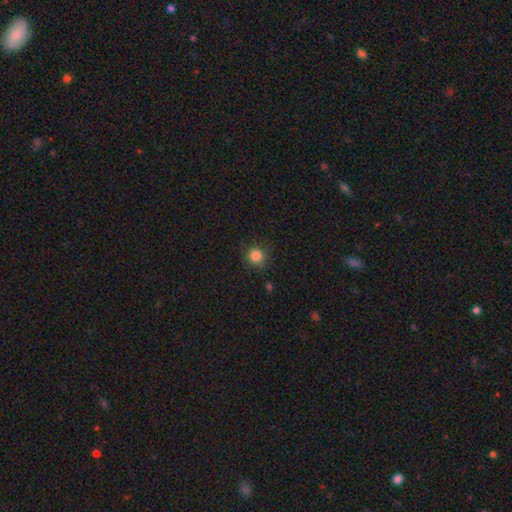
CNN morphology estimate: Q: Smooth or featured?
A: smooth (84%); runner-up: star or artifact (12%)
Q: How rounded?
A: round (93%); runner-up: in between (6%)
Q: Merging?
A: none (85%); runner-up: minor disturbance (11%)